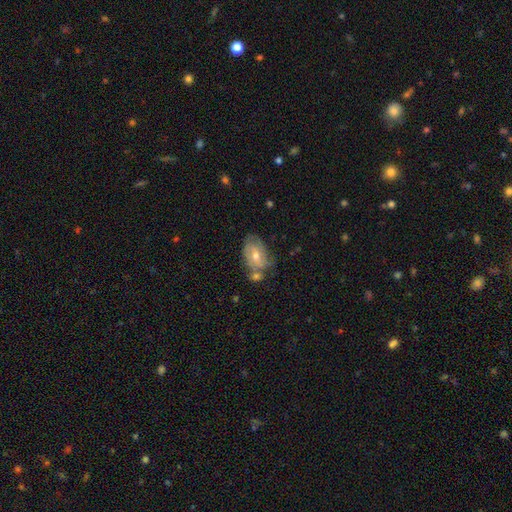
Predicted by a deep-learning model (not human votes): A featured or disk galaxy (56%) with no bar (60%), spiral arms (69%) and a moderate central bulge (63%). Merging: none (45%).